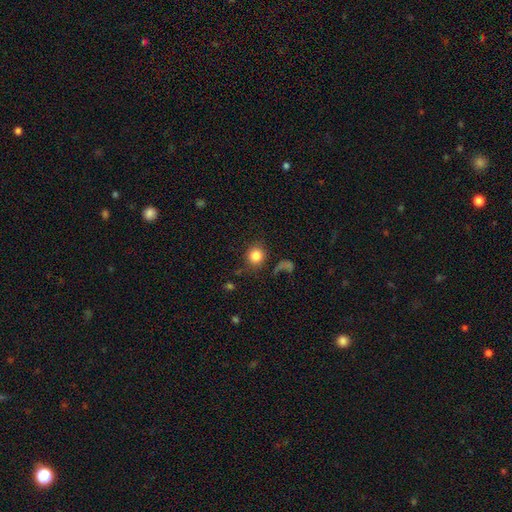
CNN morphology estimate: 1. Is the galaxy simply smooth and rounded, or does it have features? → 83% smooth, 10% star or artifact, 7% featured or disk.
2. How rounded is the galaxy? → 85% round, 14% in between, 1% cigar-shaped.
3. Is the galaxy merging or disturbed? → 75% none, 12% minor disturbance, 8% major disturbance, 4% merger.